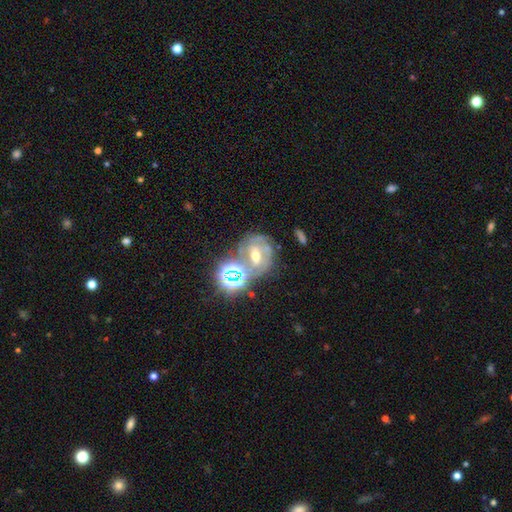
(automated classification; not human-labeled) featured or disk 54%, star or artifact 28%, smooth 18%. Down the decision tree: edge-on disk — no (95%); bar — weak (39%); spiral arms — yes (76%); bulge size — moderate (66%); merging — none (53%).